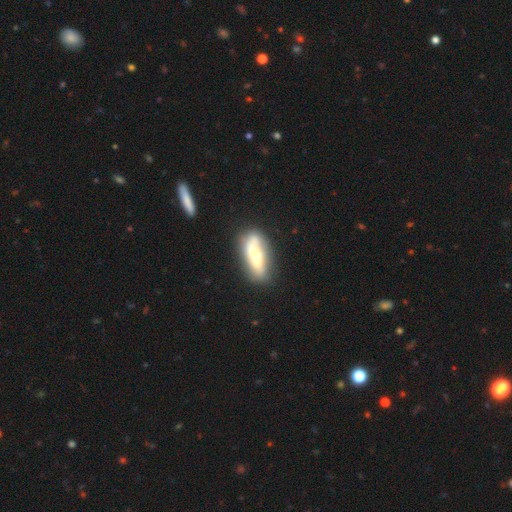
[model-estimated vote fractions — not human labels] smooth-or-featured: featured or disk: 54% | smooth: 40% | star or artifact: 7%
  disk-edge-on: no: 69% | yes: 31%
  merging: none: 68% | minor disturbance: 19% | major disturbance: 7% | merger: 6%